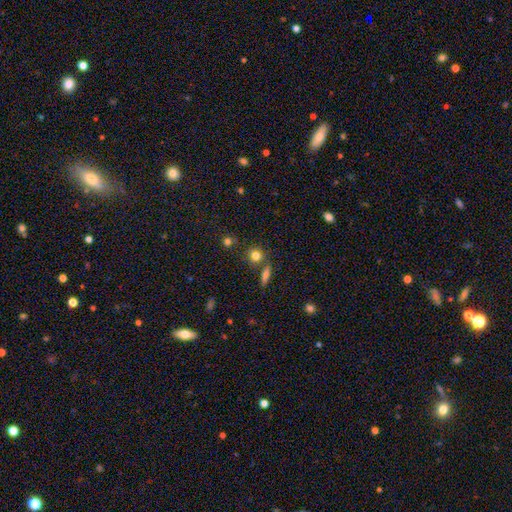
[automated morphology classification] Smooth or featured: smooth — 79% (star or artifact — 12%)
How rounded: round — 81% (in between — 16%)
Merging: none — 70% (merger — 16%)